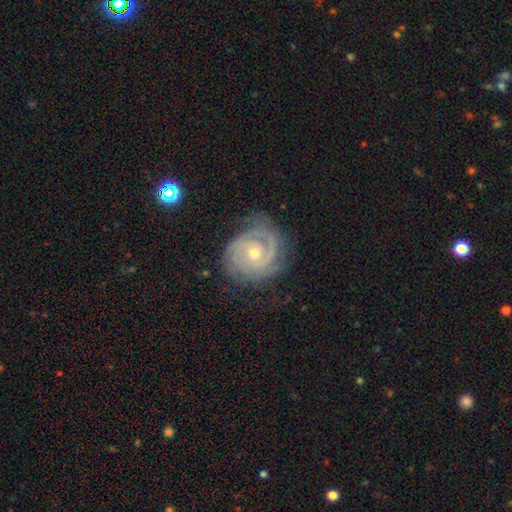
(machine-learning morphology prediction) type=featured or disk (88%); edge-on=no (98%); bar=no (70%); spiral arms=yes (97%); winding=tight (70%); arm count=2 (39%); bulge=small (51%); merging=none (73%).